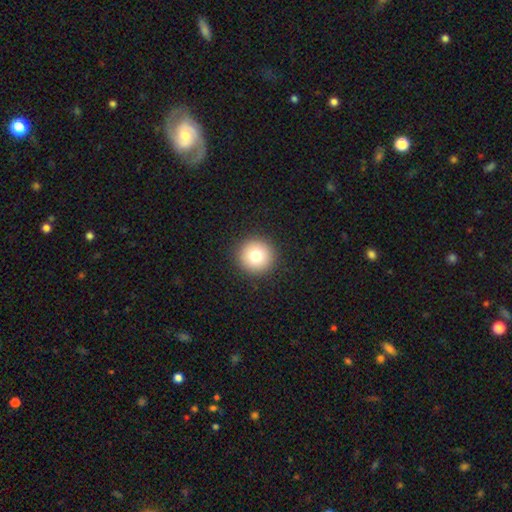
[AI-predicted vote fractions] smooth_or_featured: smooth (p=0.78) [alt: star or artifact p=0.11]
how_rounded: round (p=0.96) [alt: in between p=0.03]
merging: none (p=0.93) [alt: minor disturbance p=0.04]